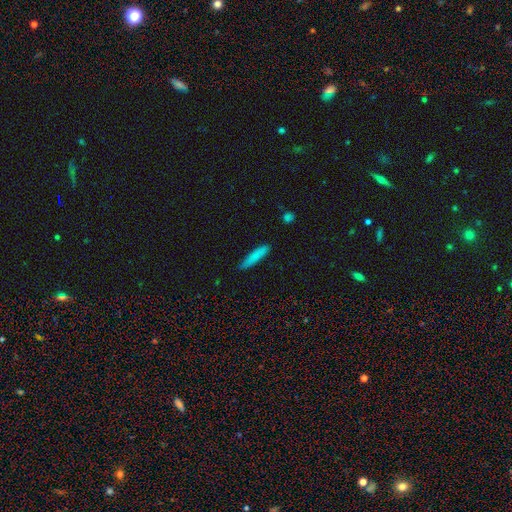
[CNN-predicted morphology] smooth-or-featured: smooth: 81% | featured or disk: 12% | star or artifact: 6%
  how-rounded: cigar-shaped: 88% | in between: 11% | round: 1%
  merging: none: 85% | minor disturbance: 12% | major disturbance: 2% | merger: 1%